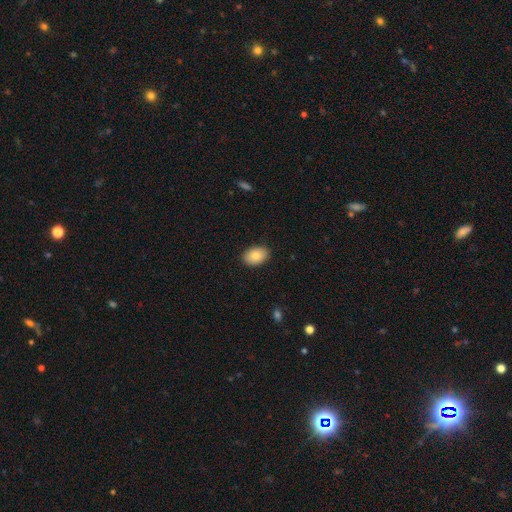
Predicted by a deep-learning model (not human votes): Q: Smooth or featured?
A: smooth (85%); runner-up: featured or disk (8%)
Q: How rounded?
A: in between (87%); runner-up: round (12%)
Q: Merging?
A: none (89%); runner-up: minor disturbance (8%)